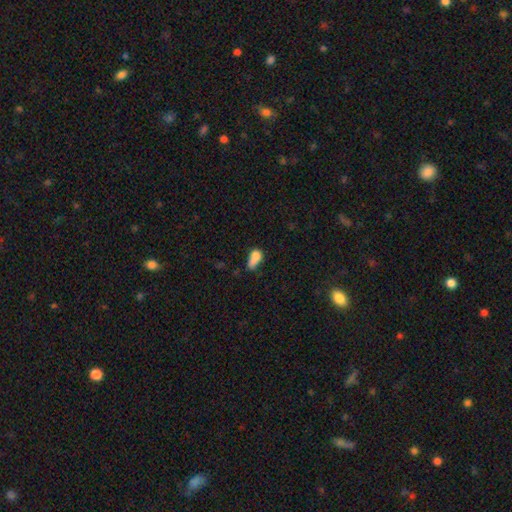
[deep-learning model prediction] smooth-or-featured: smooth: 74% | featured or disk: 15% | star or artifact: 11%
  how-rounded: in between: 75% | round: 18% | cigar-shaped: 6%
  merging: merger: 32% | none: 25% | minor disturbance: 25% | major disturbance: 18%